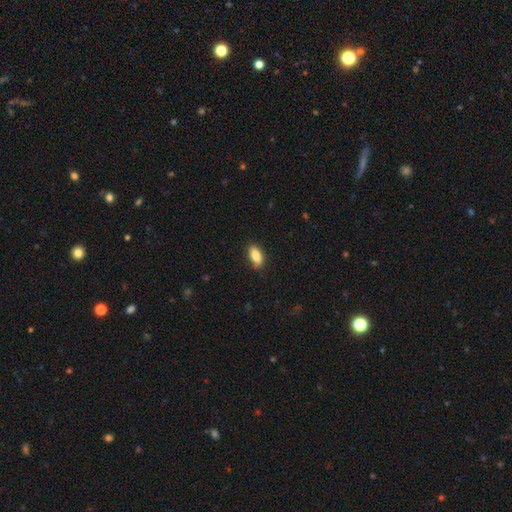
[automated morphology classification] smooth-or-featured: smooth: 84% | featured or disk: 9% | star or artifact: 7%
  how-rounded: in between: 85% | cigar-shaped: 12% | round: 3%
  merging: none: 83% | minor disturbance: 13% | major disturbance: 2% | merger: 1%